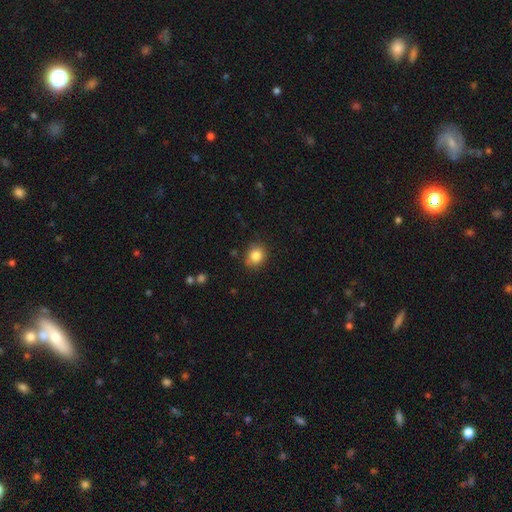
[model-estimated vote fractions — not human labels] The model was most divided on "how rounded": round: 67%, in between: 32%, cigar-shaped: 1%. More confident: smooth or featured — smooth (85%); merging — none (81%).